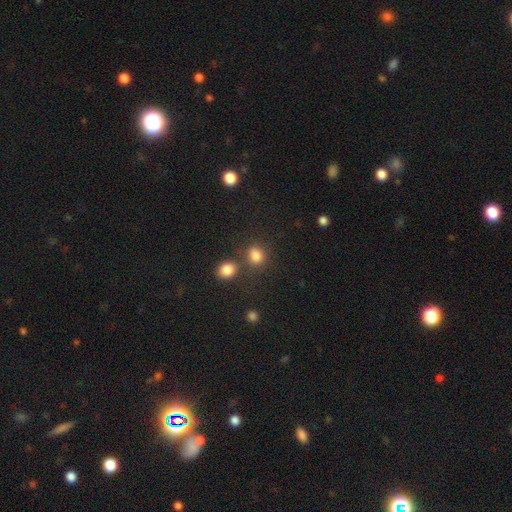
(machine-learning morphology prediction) smooth_or_featured: smooth (p=0.81) [alt: star or artifact p=0.13]
how_rounded: round (p=0.63) [alt: in between p=0.35]
merging: none (p=0.65) [alt: merger p=0.20]